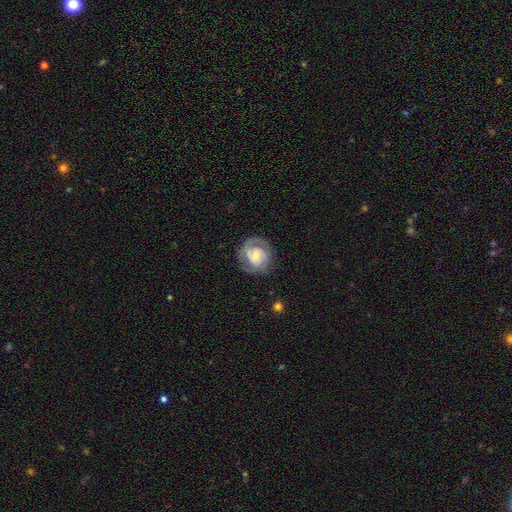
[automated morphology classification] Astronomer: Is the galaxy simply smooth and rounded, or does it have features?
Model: featured or disk — 78%.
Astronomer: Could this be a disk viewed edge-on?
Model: no — 98%.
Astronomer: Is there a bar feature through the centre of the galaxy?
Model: no — 54% (runner-up: weak, 37%).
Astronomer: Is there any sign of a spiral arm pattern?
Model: yes — 93%.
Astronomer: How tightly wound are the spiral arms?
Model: tight — 58% (runner-up: medium, 33%).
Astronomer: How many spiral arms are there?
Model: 2 — 55%.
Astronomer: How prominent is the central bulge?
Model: small — 51% (runner-up: moderate, 42%).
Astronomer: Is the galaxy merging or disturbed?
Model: none — 76%.